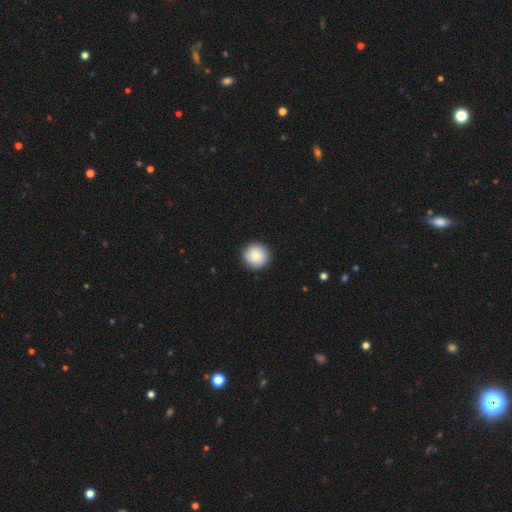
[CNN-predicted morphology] A smooth galaxy with no disk features (85%) that is round (95%).

Vote fractions:
- Smooth or featured? smooth: 85% / featured or disk: 8% / star or artifact: 7%
- How rounded? round: 95% / in between: 4% / cigar-shaped: 1%
- Merging? none: 92% / minor disturbance: 6% / major disturbance: 2% / merger: 1%